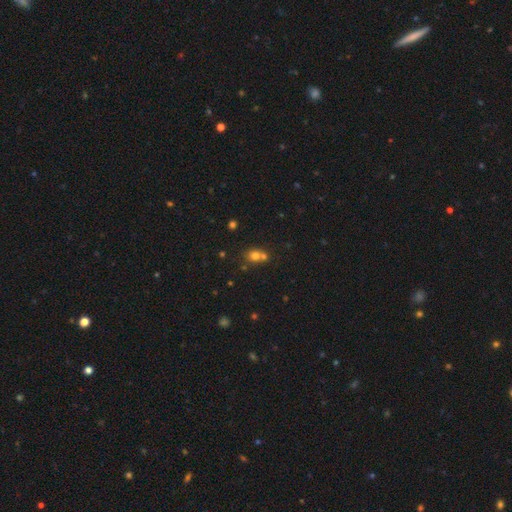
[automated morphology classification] Q: Smooth or featured?
A: smooth (71%); runner-up: star or artifact (17%)
Q: How rounded?
A: round (70%); runner-up: in between (29%)
Q: Merging?
A: none (44%); tied with: merger (44%)